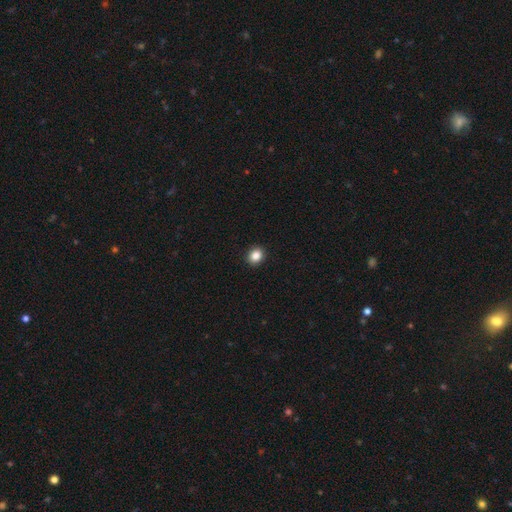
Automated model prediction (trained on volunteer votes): Overall: smooth (86%). How rounded: round (66%; in between 34%). Merging: none (92%).